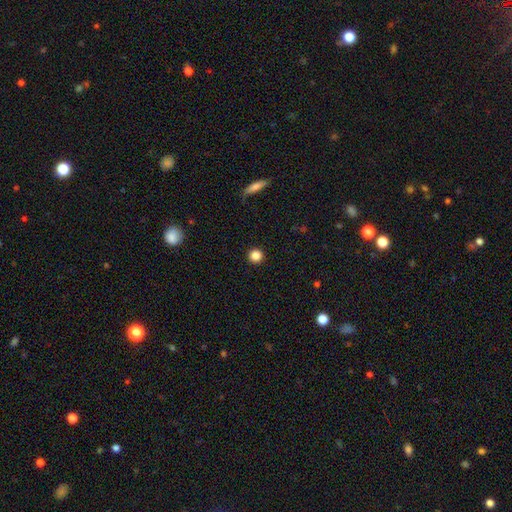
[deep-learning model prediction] Smooth or featured? Predicted: smooth (p=0.85). How rounded? Predicted: round (p=0.95). Merging? Predicted: none (p=0.93).